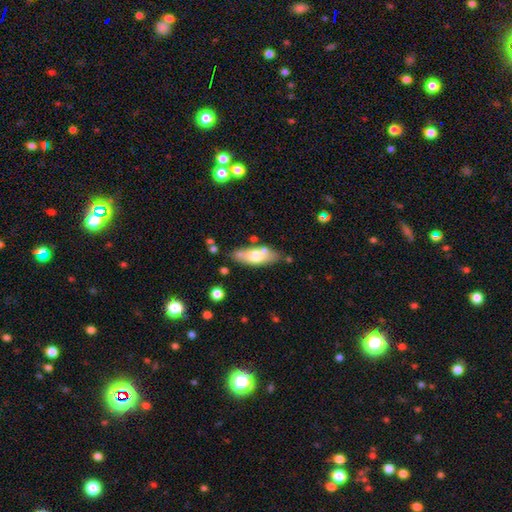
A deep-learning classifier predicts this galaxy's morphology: smooth-or-featured: smooth: 64% | featured or disk: 30% | star or artifact: 6%
  how-rounded: in between: 72% | cigar-shaped: 25% | round: 2%
  merging: none: 70% | minor disturbance: 17% | merger: 9% | major disturbance: 4%